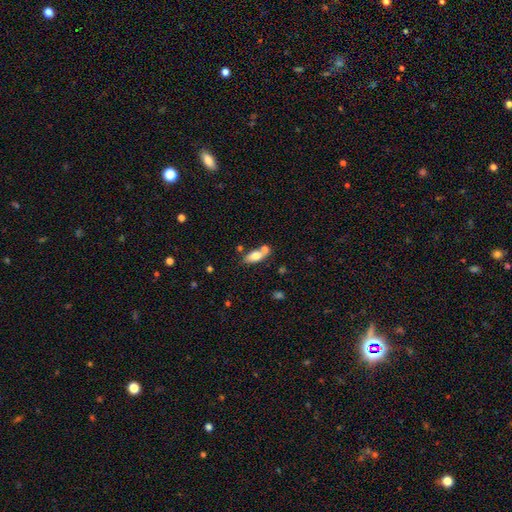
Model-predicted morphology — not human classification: smooth 72%, featured or disk 20%, star or artifact 8%. Down the decision tree: how rounded — in between (79%); merging — none (49%).